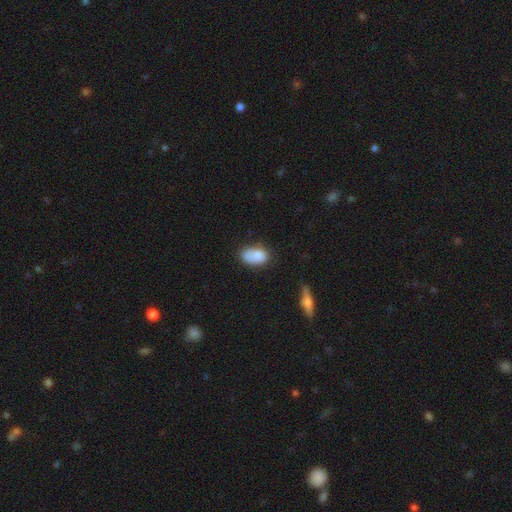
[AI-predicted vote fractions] Smooth or featured? smooth (81%)
How rounded? in between (90%)
Merging? none (53%)